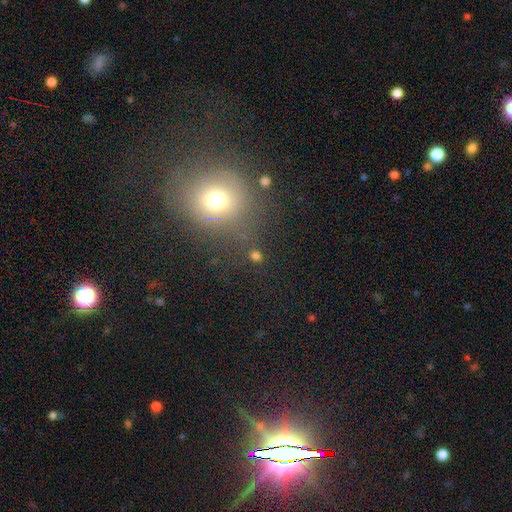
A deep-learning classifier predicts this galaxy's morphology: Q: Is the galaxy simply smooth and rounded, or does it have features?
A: smooth — 61%.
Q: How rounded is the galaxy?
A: round — 83%.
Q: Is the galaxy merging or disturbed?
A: none — 75%.